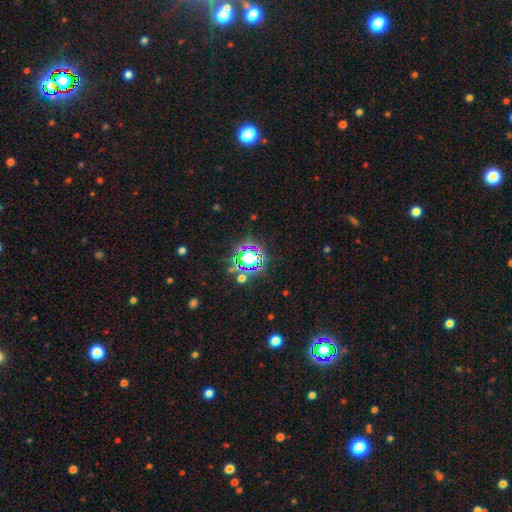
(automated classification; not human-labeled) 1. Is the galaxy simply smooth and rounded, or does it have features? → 61% star or artifact, 26% smooth, 13% featured or disk.